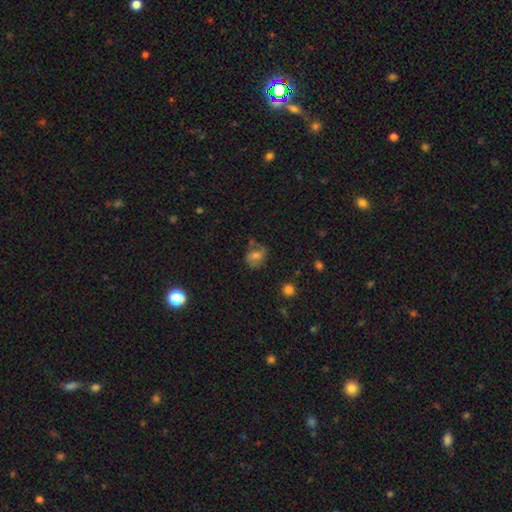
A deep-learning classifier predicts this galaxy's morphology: A smooth galaxy with no disk features (55%) that is round (53%).

Vote fractions:
- Smooth or featured? smooth: 55% / featured or disk: 31% / star or artifact: 14%
- How rounded? round: 53% / in between: 46% / cigar-shaped: 1%
- Merging? none: 58% / minor disturbance: 24% / major disturbance: 12% / merger: 6%